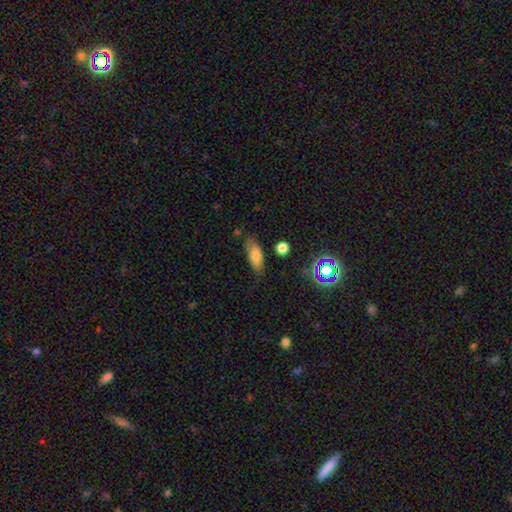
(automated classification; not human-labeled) smooth-or-featured: smooth: 70% | featured or disk: 20% | star or artifact: 10%
  how-rounded: in between: 79% | cigar-shaped: 18% | round: 4%
  merging: none: 67% | minor disturbance: 24% | major disturbance: 6% | merger: 3%